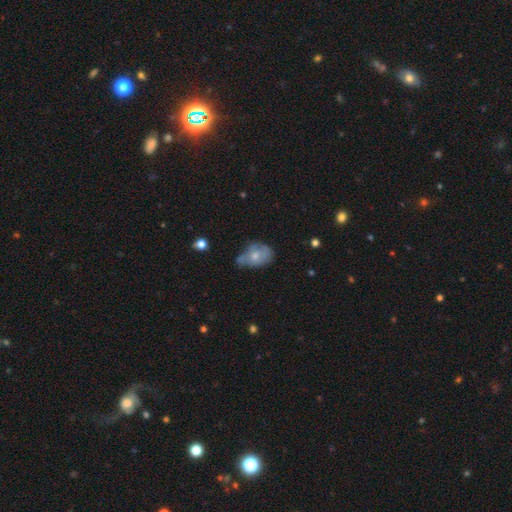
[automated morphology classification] A smooth galaxy with no disk features (59%) that is in between round and cigar-shaped (72%).

Vote fractions:
- Smooth or featured? smooth: 59% / featured or disk: 32% / star or artifact: 9%
- How rounded? in between: 72% / round: 26% / cigar-shaped: 1%
- Merging? minor disturbance: 36% / none: 33% / major disturbance: 18% / merger: 13%